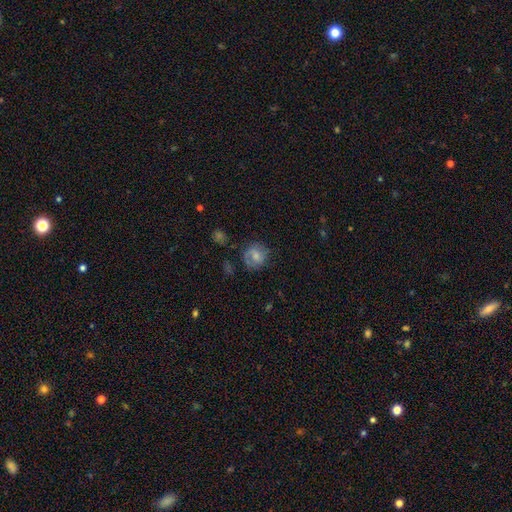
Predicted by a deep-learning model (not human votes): This appears to be a smooth galaxy with no disk features (62%) that is round (78%). Merging: none (64%).